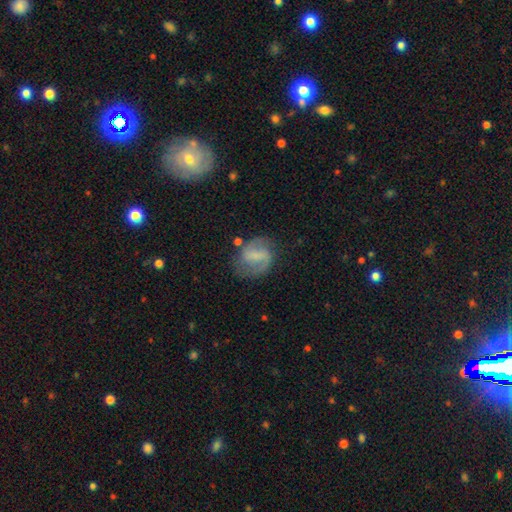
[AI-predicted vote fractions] featured or disk 70%, smooth 23%, star or artifact 7%. Down the decision tree: edge-on disk — no (97%); bar — weak (43%); spiral arms — yes (88%); spiral arm count — 2 (86%); spiral winding — medium (48%); bulge size — none (43%); merging — none (68%).